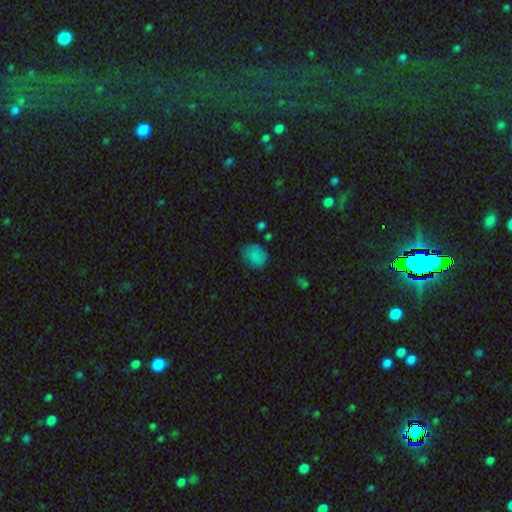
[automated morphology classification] Smooth or featured? smooth (82%)
How rounded? round (63%)
Merging? none (66%)